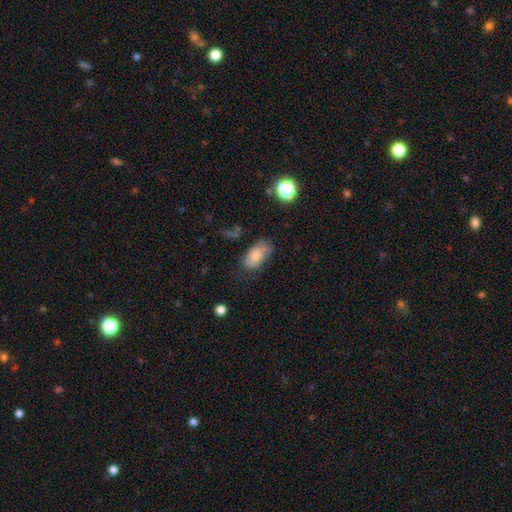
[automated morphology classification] smooth 75%, featured or disk 16%, star or artifact 9%. Down the decision tree: how rounded — in between (93%); merging — none (56%).